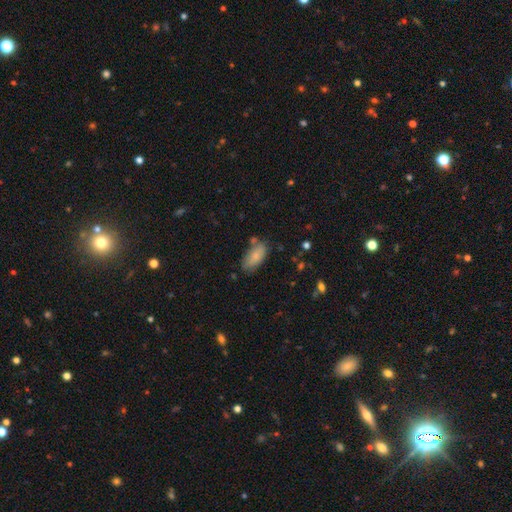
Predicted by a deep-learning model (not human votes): Smooth or featured? smooth (83%)
How rounded? in between (88%)
Merging? none (69%)